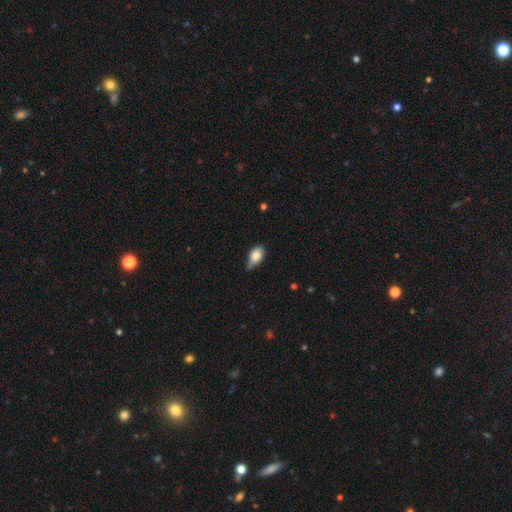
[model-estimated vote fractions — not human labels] This is clearly a smooth galaxy (81%). How rounded: clearly in between (88%). Merging: possibly none (47%).